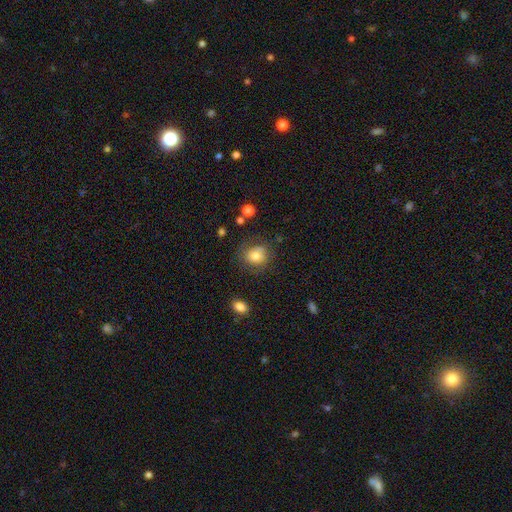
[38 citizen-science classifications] This is likely a smooth galaxy (74%). How rounded: clearly round (100%). Merging: likely none (77%).